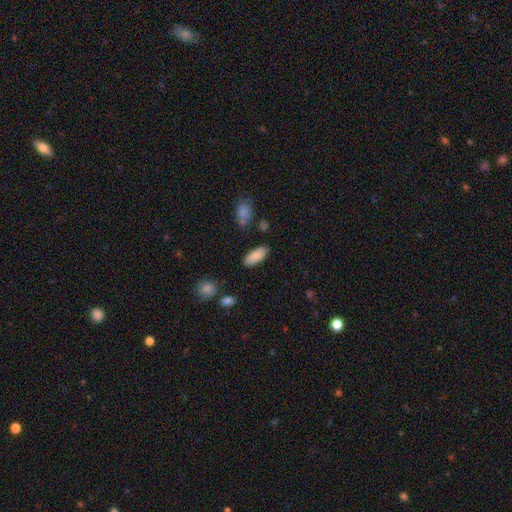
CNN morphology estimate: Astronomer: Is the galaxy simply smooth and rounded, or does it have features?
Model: smooth — 88%.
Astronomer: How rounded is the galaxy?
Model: in between — 83%.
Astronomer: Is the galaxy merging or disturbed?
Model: none — 84%.